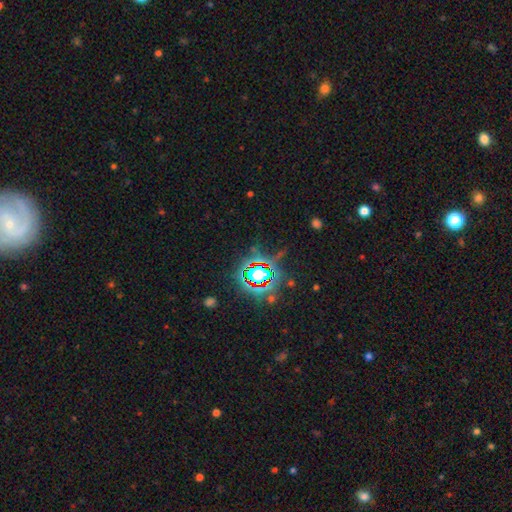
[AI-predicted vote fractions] star or artifact 81%, smooth 10%, featured or disk 8%.